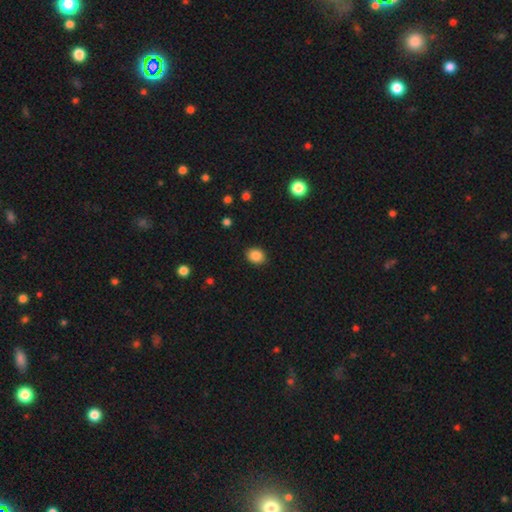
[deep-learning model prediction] Morphology: type=smooth (86%); roundness=round (55%); merging=none (90%).